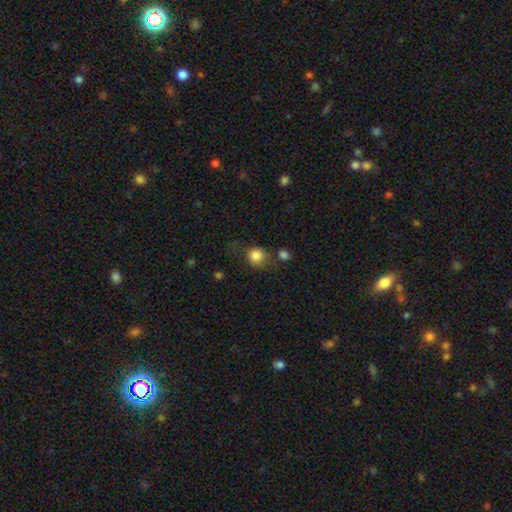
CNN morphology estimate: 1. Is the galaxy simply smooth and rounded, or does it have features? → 83% smooth, 10% star or artifact, 7% featured or disk.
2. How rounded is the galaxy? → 82% round, 17% in between, 1% cigar-shaped.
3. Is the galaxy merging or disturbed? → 64% none, 17% minor disturbance, 11% merger, 8% major disturbance.